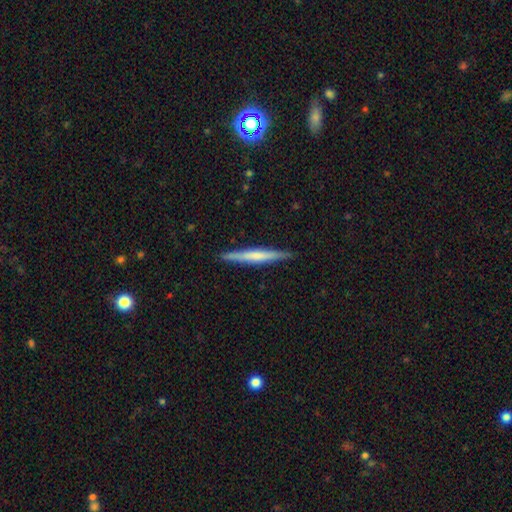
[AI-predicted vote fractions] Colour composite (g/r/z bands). It shows a featured or disk galaxy (52%) viewed edge-on (97%) with no central bulge (49%). Merging: none (91%).